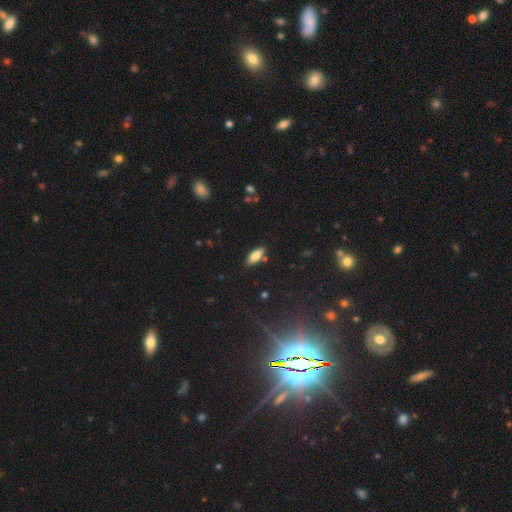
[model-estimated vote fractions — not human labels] Morphology: type=smooth (74%); roundness=in between (78%); merging=none (82%).